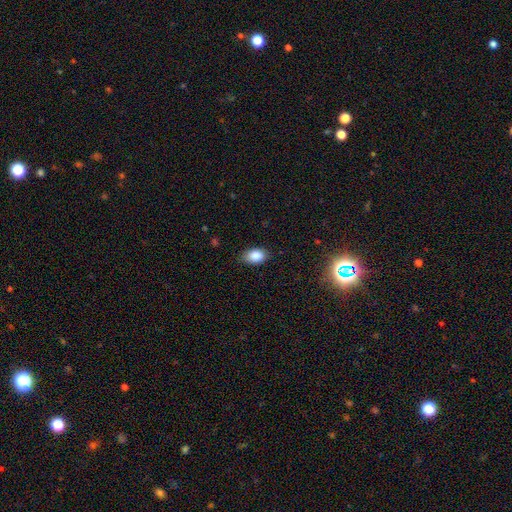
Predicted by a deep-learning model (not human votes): Smooth or featured: smooth — 87% (star or artifact — 8%)
How rounded: in between — 89% (round — 10%)
Merging: none — 82% (minor disturbance — 14%)